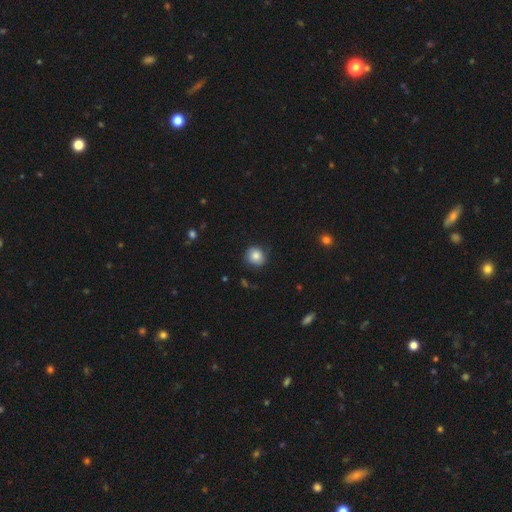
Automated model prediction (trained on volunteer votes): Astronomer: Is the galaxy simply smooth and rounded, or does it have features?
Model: smooth — 82%.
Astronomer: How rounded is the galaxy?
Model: round — 84%.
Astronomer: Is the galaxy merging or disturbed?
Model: none — 79%.